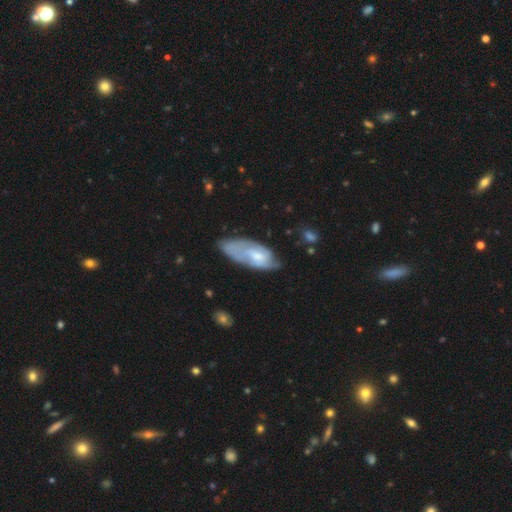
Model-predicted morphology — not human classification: Smooth or featured? featured or disk (55%)
Edge-on disk? no (89%)
Merging? none (49%)